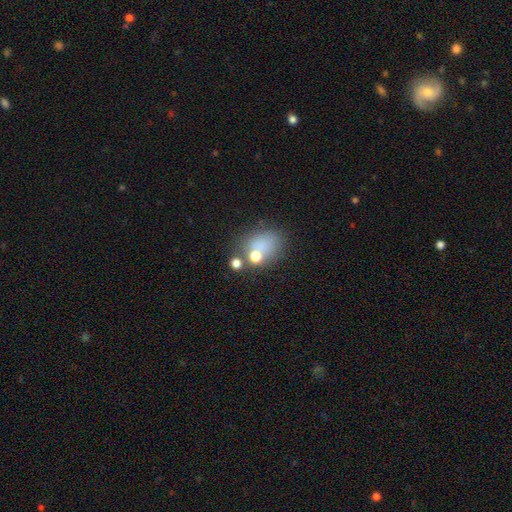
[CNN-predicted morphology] The model was most divided on "how rounded": round: 50%, in between: 48%, cigar-shaped: 1%. Remaining: smooth or featured — smooth (68%); merging — none (49%).